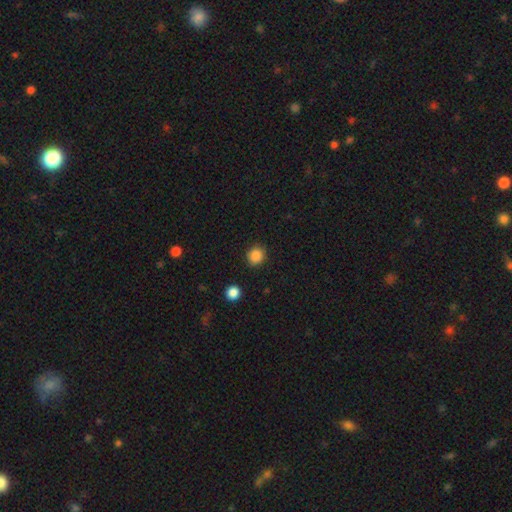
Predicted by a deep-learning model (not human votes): smooth 87%, star or artifact 10%, featured or disk 3%. Down the decision tree: how rounded — round (86%); merging — none (90%).